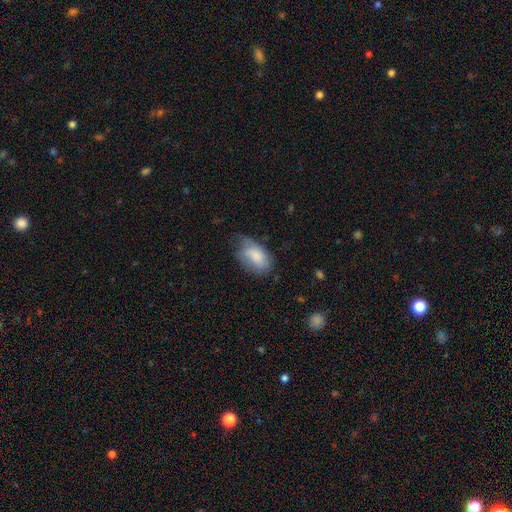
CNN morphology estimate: Overall: smooth (77%). How rounded: in between (92%). Merging: minor disturbance (41%; none 37%).